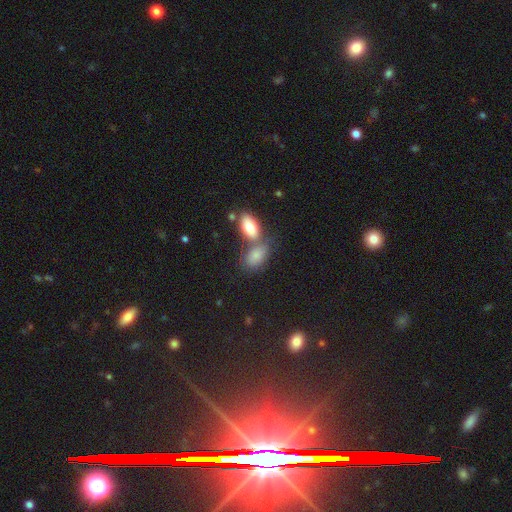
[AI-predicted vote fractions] Smooth or featured? Predicted: smooth (p=0.81). How rounded? Predicted: in between (p=0.89). Merging? Predicted: none (p=0.44).